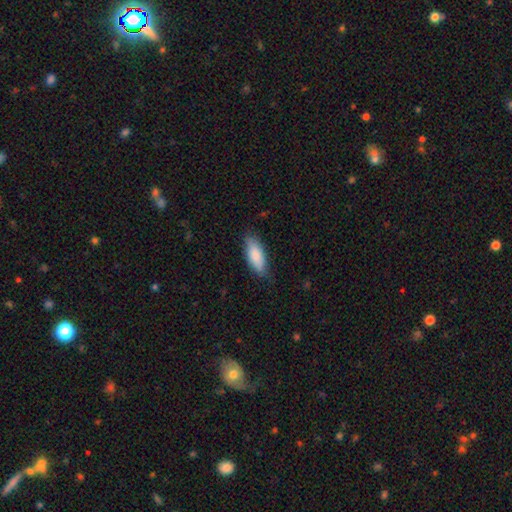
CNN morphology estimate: A smooth galaxy with no disk features (85%) that is in between round and cigar-shaped (77%).

Vote fractions:
- Smooth or featured? smooth: 85% / featured or disk: 9% / star or artifact: 6%
- How rounded? in between: 77% / cigar-shaped: 22% / round: 2%
- Merging? none: 79% / minor disturbance: 17% / major disturbance: 3% / merger: 1%